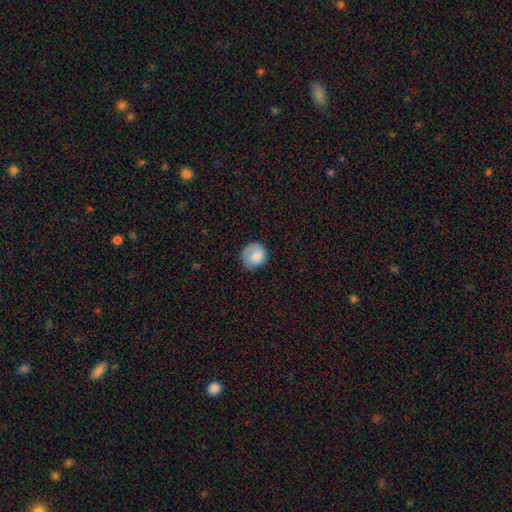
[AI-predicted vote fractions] A smooth galaxy with no disk features (82%) that is round (88%). Merging: none (75%).